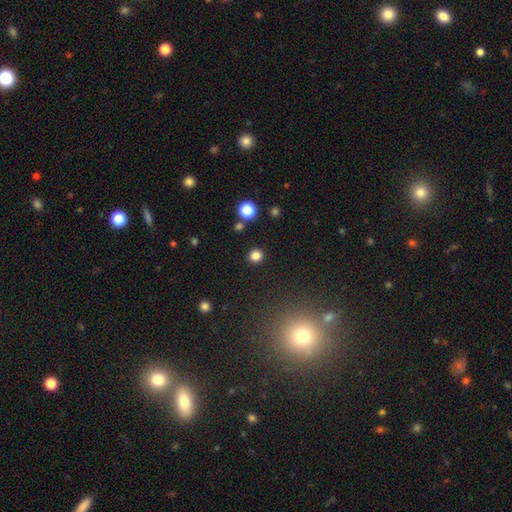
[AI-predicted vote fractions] A smooth galaxy with no disk features (82%) that is round (85%). Merging: none (90%).